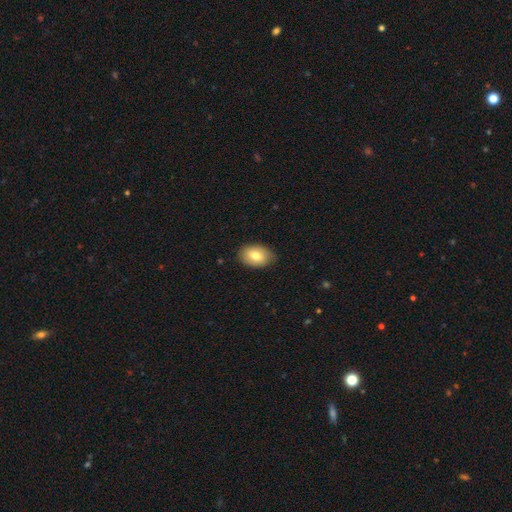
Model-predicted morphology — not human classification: Smooth or featured? Predicted: smooth (p=0.78). How rounded? Predicted: in between (p=0.85). Merging? Predicted: none (p=0.85).